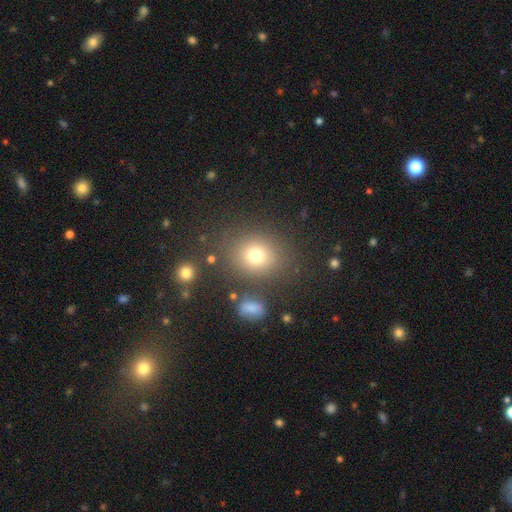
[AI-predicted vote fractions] Overall: smooth (75%). How rounded: round (69%; in between 30%). Merging: none (79%).